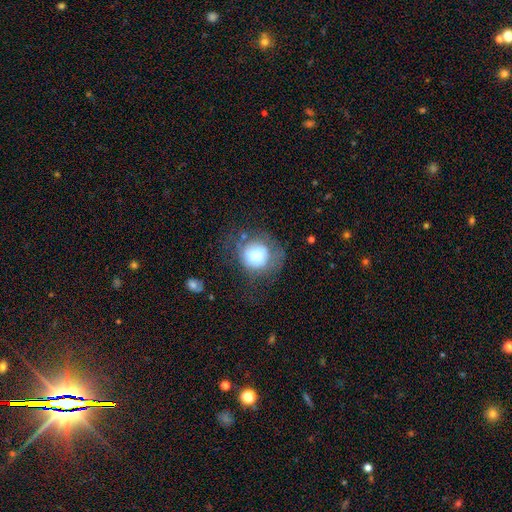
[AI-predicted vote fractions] smooth-or-featured: smooth: 66% | featured or disk: 24% | star or artifact: 11%
  how-rounded: round: 86% | in between: 13% | cigar-shaped: 1%
  merging: none: 56% | minor disturbance: 22% | major disturbance: 19% | merger: 3%